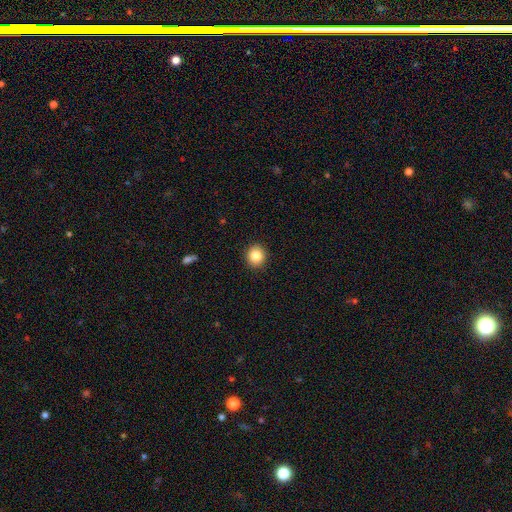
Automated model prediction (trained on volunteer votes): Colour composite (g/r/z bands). It shows a smooth galaxy with no disk features (84%) that is round (88%). Merging: none (92%).